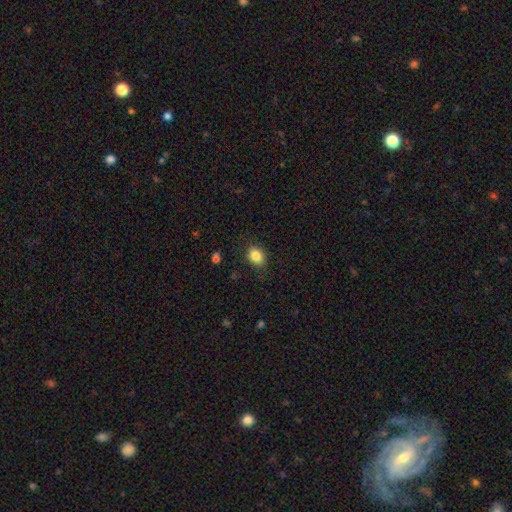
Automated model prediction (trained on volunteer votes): A smooth galaxy with no disk features (85%) that is in between round and cigar-shaped (65%). Merging: none (84%).